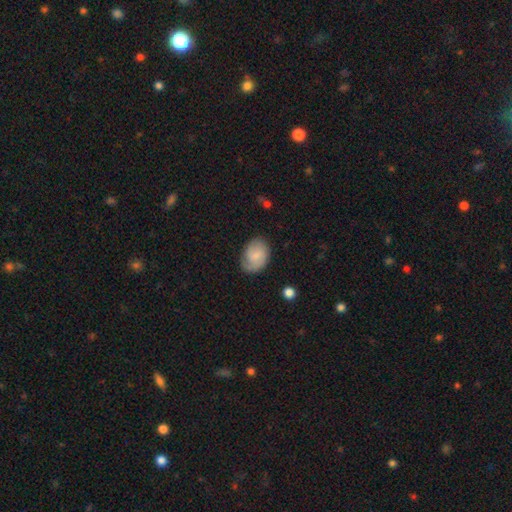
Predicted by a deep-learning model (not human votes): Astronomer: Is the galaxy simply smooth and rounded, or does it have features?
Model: smooth — 57% (runner-up: featured or disk, 36%).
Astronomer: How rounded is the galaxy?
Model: in between — 69%.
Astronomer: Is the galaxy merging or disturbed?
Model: none — 66%.